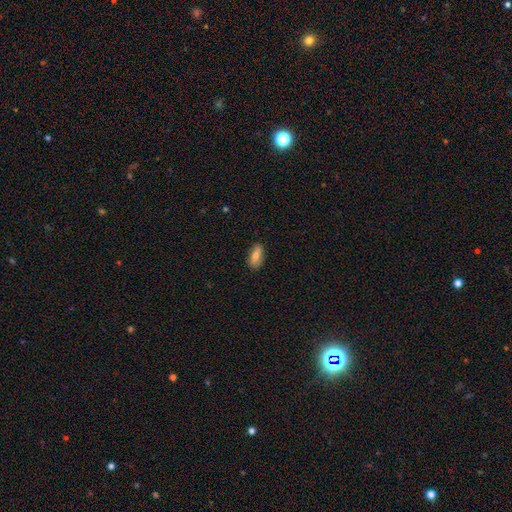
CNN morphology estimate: This appears to be a smooth galaxy with no disk features (68%) that is in between round and cigar-shaped (82%). Merging: none (84%).